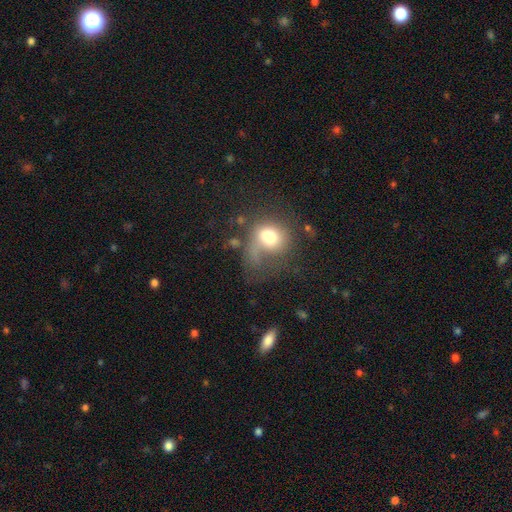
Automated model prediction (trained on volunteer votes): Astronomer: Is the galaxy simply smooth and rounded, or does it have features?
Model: smooth — 56%.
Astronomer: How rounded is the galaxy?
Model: round — 65%.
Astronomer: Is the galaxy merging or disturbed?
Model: none — 39% (runner-up: major disturbance, 27%).